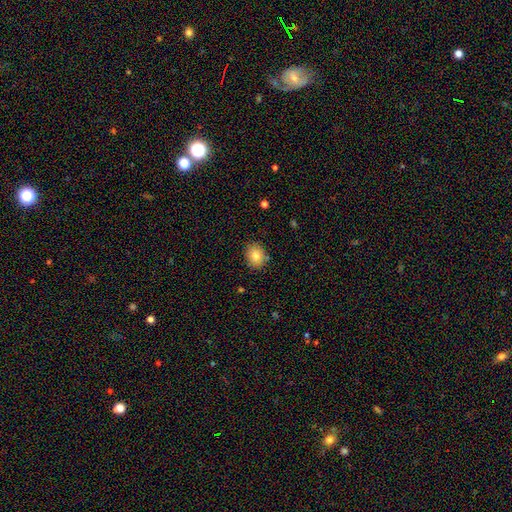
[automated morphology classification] smooth 83%, star or artifact 9%, featured or disk 8%. Down the decision tree: how rounded — round (59%); merging — none (86%).